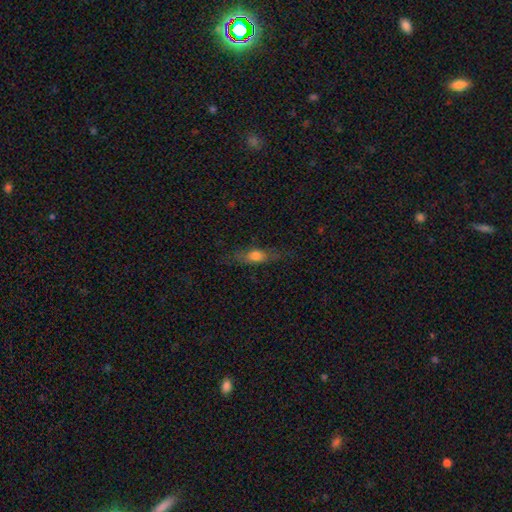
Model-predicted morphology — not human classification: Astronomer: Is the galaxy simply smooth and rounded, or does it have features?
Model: smooth — 60%.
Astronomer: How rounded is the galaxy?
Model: in between — 48% (runner-up: cigar-shaped, 45%).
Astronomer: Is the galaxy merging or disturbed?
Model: none — 72%.